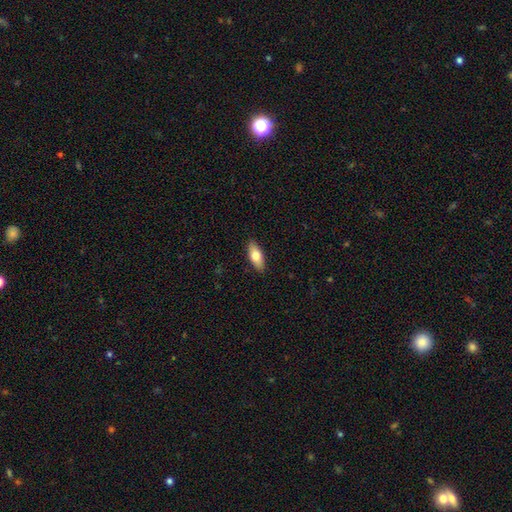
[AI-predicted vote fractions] A smooth galaxy with no disk features (72%) that is in between round and cigar-shaped (79%). Merging: none (89%).